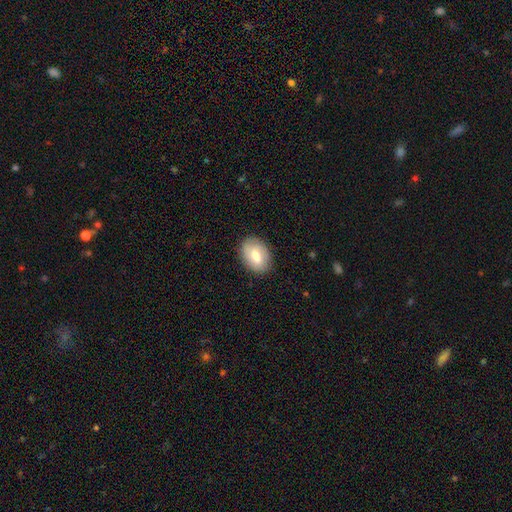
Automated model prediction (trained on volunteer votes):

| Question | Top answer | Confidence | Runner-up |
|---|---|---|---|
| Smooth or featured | smooth | 71% | featured or disk (22%) |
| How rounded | in between | 82% | round (17%) |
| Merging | none | 85% | minor disturbance (12%) |